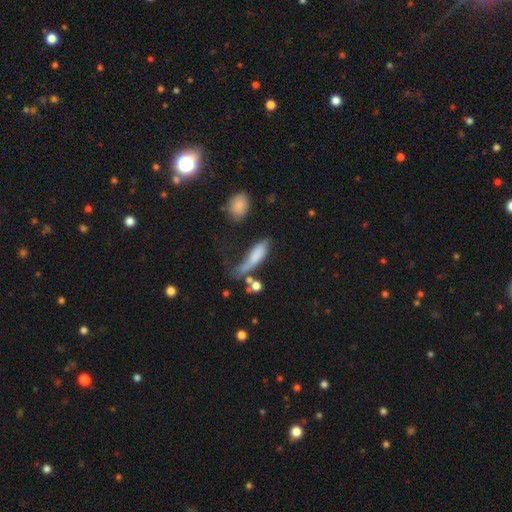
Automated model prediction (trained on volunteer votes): Q: Smooth or featured?
A: smooth (68%); runner-up: featured or disk (23%)
Q: How rounded?
A: cigar-shaped (54%); runner-up: in between (42%)
Q: Merging?
A: major disturbance (32%); runner-up: none (29%)